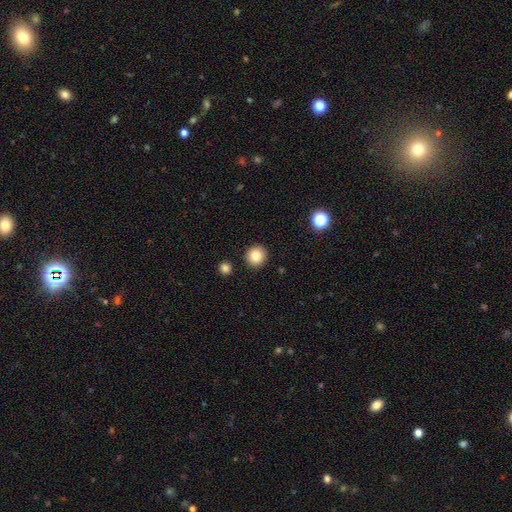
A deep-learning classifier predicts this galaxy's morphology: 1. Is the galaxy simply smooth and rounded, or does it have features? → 82% smooth, 10% star or artifact, 8% featured or disk.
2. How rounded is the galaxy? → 93% round, 6% in between, 1% cigar-shaped.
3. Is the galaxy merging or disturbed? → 92% none, 5% minor disturbance, 2% merger, 2% major disturbance.